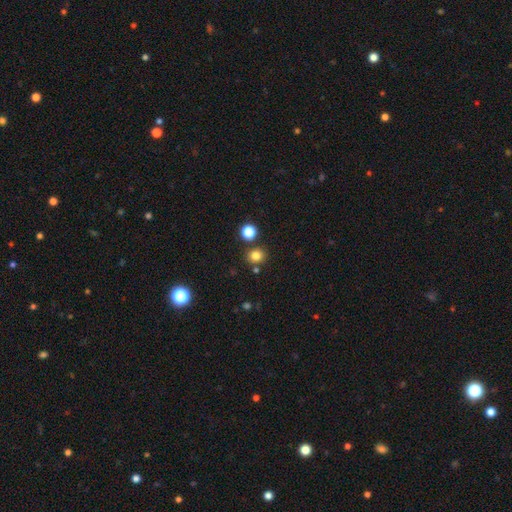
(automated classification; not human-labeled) The model was most divided on "smooth or featured": smooth: 80%, star or artifact: 15%, featured or disk: 5%. More confident: how rounded — round (84%); merging — none (80%).